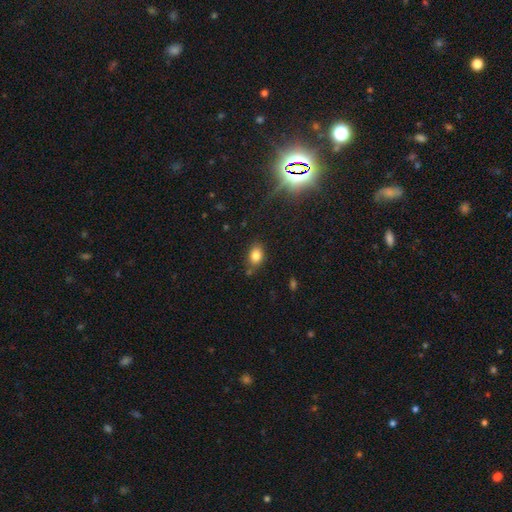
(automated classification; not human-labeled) Smooth or featured? smooth (82%)
How rounded? in between (72%)
Merging? none (75%)